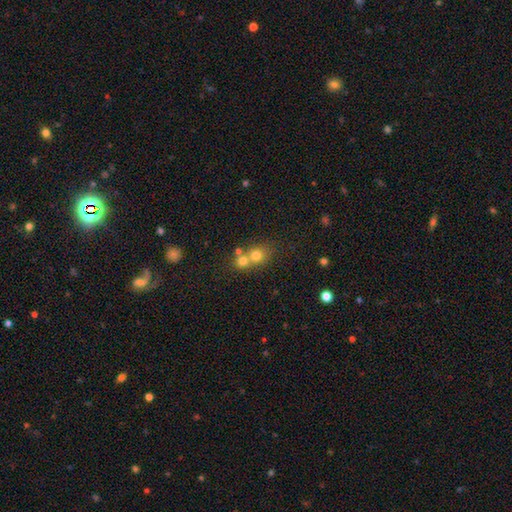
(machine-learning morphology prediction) This is likely a smooth galaxy (70%). How rounded: likely round (79%). Merging: possibly merger (54%).